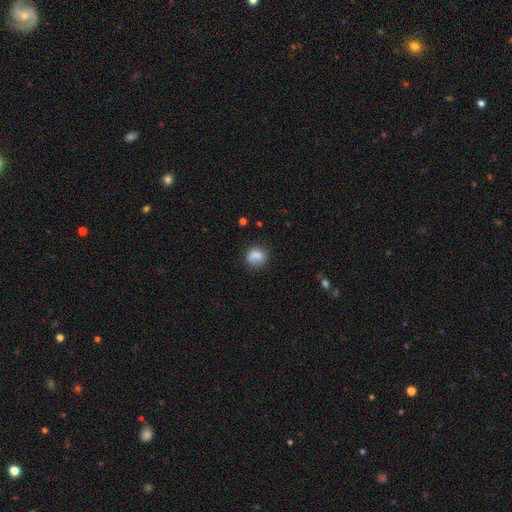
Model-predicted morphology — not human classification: smooth 80%, featured or disk 10%, star or artifact 10%. Down the decision tree: how rounded — round (74%); merging — none (66%).